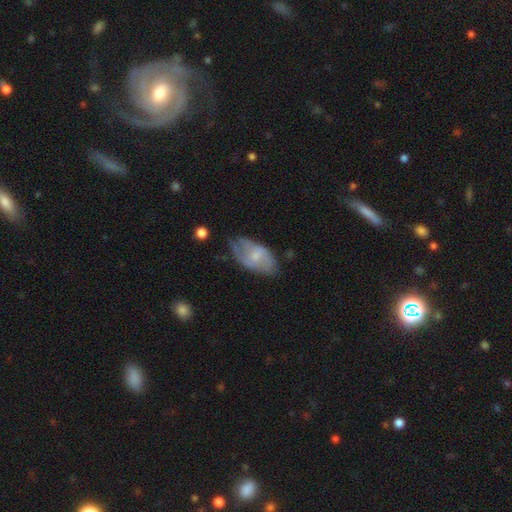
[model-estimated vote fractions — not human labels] Smooth or featured? featured or disk (52%)
Edge-on disk? no (94%)
Merging? none (47%)